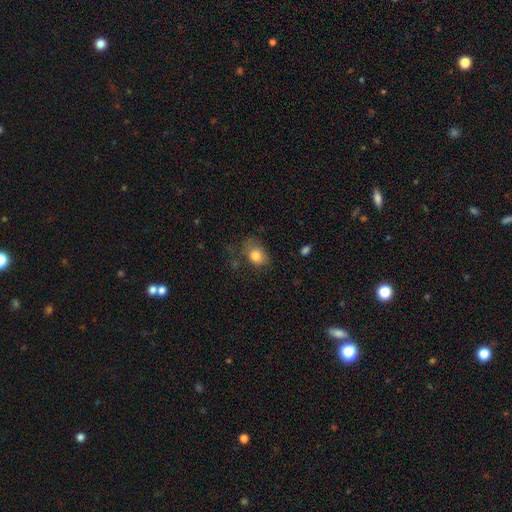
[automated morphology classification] This is clearly a smooth galaxy (81%). How rounded: possibly in between (58%). Merging: possibly none (54%).